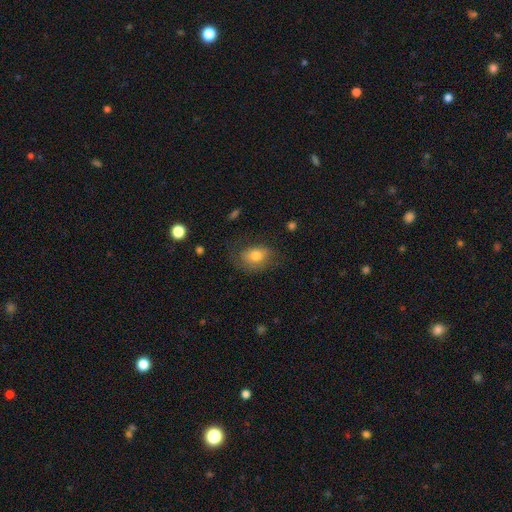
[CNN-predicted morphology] Smooth or featured?
  - smooth: 72% *
  - featured or disk: 19%
  - star or artifact: 9%
How rounded?
  - in between: 68% *
  - round: 30%
  - cigar-shaped: 1%
Merging?
  - none: 59% *
  - minor disturbance: 24%
  - major disturbance: 15%
  - merger: 2%